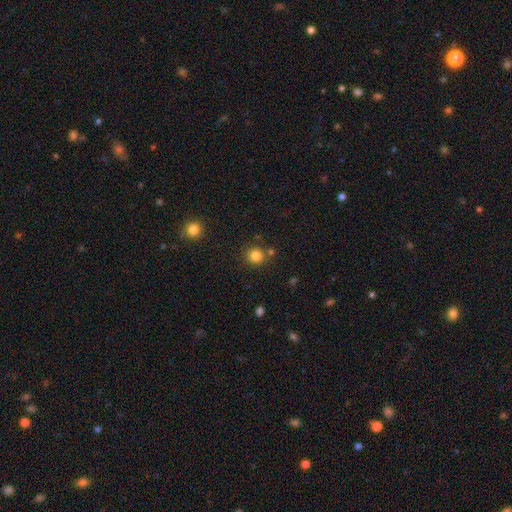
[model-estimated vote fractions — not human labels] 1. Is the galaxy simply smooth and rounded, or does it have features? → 82% smooth, 13% star or artifact, 5% featured or disk.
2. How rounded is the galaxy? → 91% round, 8% in between, 1% cigar-shaped.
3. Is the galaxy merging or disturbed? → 80% none, 9% merger, 8% minor disturbance, 3% major disturbance.